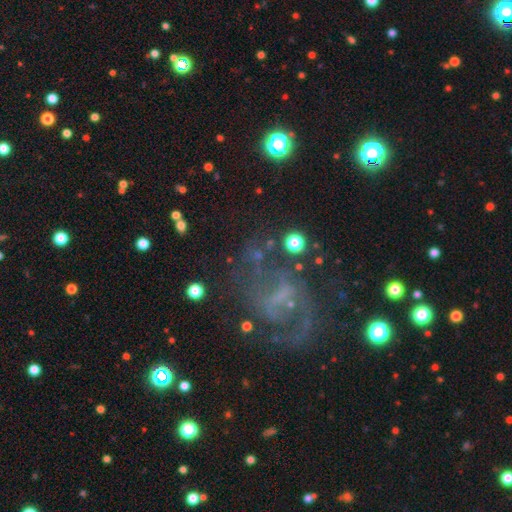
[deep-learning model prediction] Overall: featured or disk (58%; star or artifact 22%). Edge-on disk: no (96%). Bar: weak (41%; no 33%). Spiral arms: yes (67%; no 33%). Bulge size: none (51%; small 29%). Merging: none (56%; major disturbance 22%).